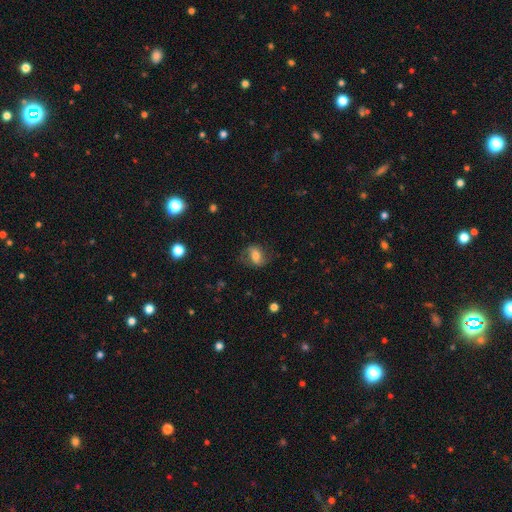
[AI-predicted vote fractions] This appears to be a smooth galaxy with no disk features (50%). Merging: none (68%).